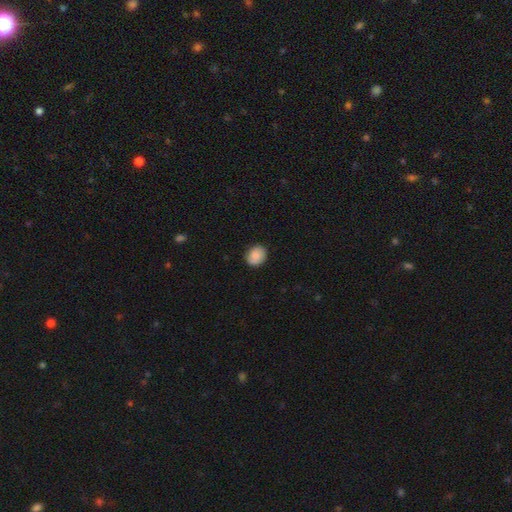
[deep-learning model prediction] smooth_or_featured: smooth (p=0.85) [alt: star or artifact p=0.08]
how_rounded: round (p=0.63) [alt: in between p=0.36]
merging: none (p=0.86) [alt: minor disturbance p=0.11]